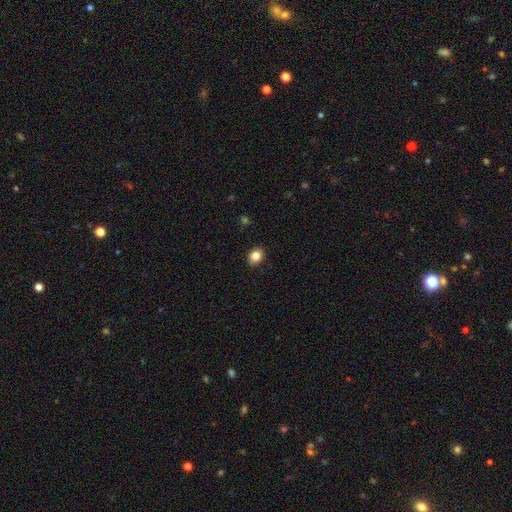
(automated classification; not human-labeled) Smooth or featured?
  - smooth: 84% *
  - star or artifact: 9%
  - featured or disk: 6%
How rounded?
  - in between: 57% *
  - round: 42%
  - cigar-shaped: 1%
Merging?
  - none: 89% *
  - minor disturbance: 8%
  - major disturbance: 2%
  - merger: 1%